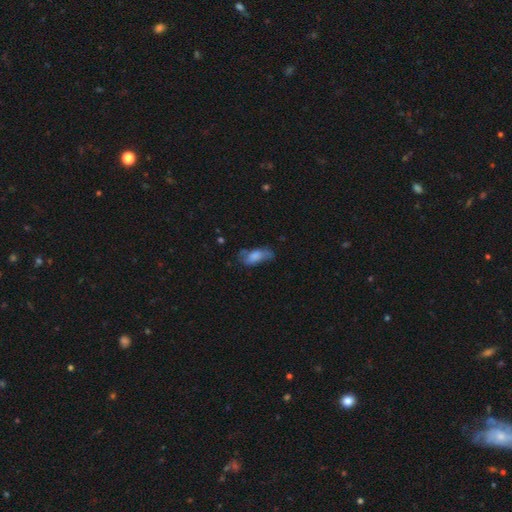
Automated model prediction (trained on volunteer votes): This is likely a smooth galaxy (69%). How rounded: clearly in between (81%). Merging: marginally none (42%).